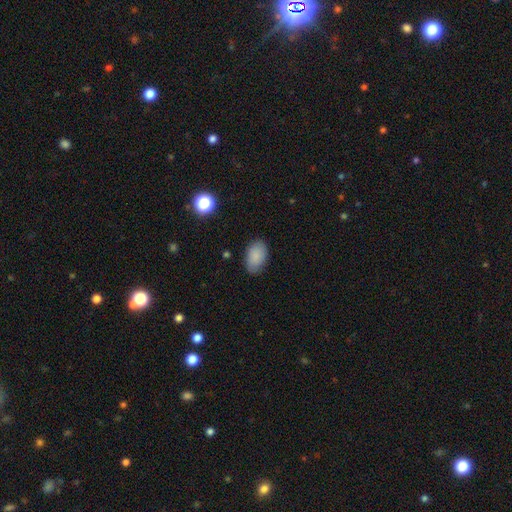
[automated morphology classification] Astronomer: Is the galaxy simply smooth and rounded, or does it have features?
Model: smooth — 87%.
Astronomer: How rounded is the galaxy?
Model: in between — 91%.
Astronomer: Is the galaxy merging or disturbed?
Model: none — 82%.